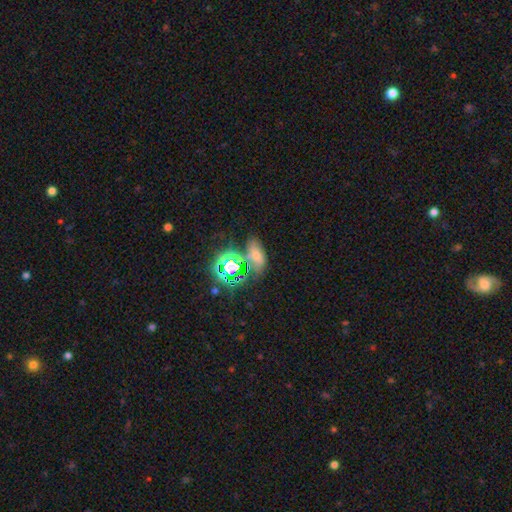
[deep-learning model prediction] Smooth or featured: smooth — 47% (star or artifact — 37%)
Merging: none — 59% (minor disturbance — 18%)